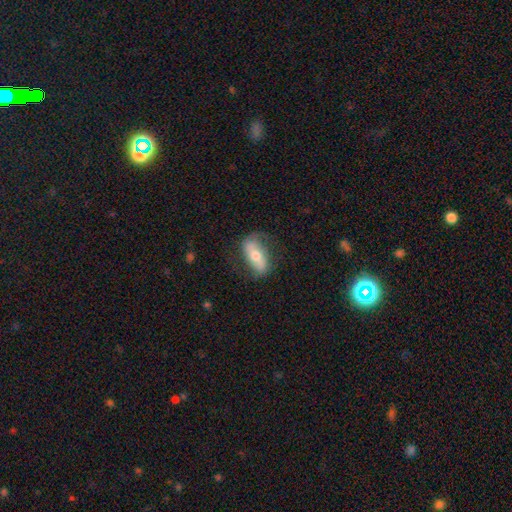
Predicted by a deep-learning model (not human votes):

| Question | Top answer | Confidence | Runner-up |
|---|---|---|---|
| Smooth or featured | featured or disk | 51% | smooth (42%) |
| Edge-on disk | no | 83% | yes (17%) |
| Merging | none | 68% | minor disturbance (20%) |